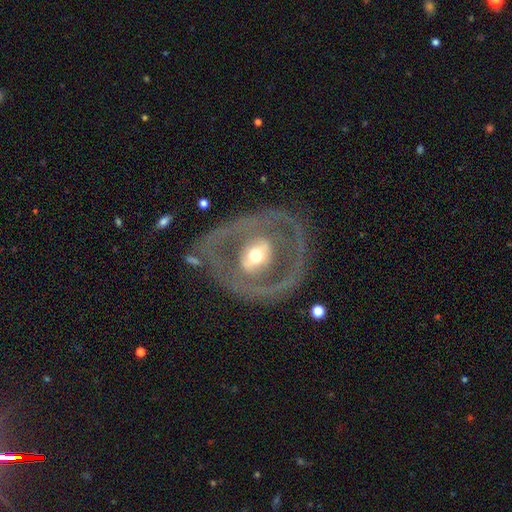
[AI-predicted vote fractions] featured or disk 74%, smooth 20%, star or artifact 6%. Down the decision tree: edge-on disk — no (93%); bar — no (38%); spiral arms — no (65%); bulge size — moderate (66%); merging — none (72%).